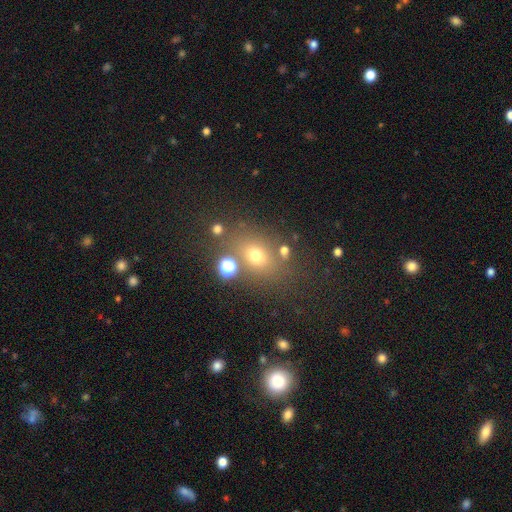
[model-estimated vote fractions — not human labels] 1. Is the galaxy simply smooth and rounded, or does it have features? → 65% smooth, 22% star or artifact, 13% featured or disk.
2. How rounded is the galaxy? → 55% in between, 43% round, 2% cigar-shaped.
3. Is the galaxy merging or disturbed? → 71% none, 13% minor disturbance, 10% merger, 6% major disturbance.